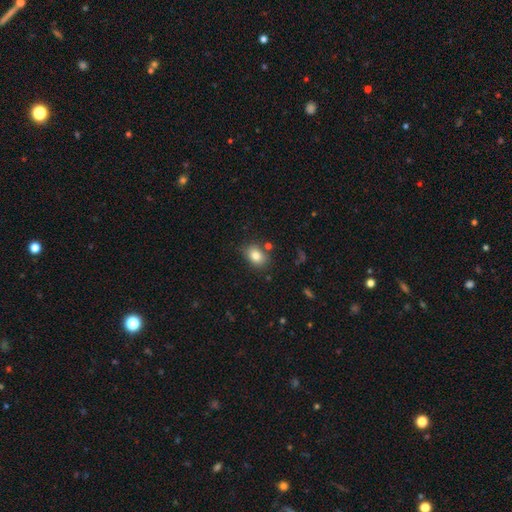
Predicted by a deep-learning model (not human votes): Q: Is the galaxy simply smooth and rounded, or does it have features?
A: smooth — 82%.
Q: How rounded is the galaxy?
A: in between — 72%.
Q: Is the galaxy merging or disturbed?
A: none — 77%.